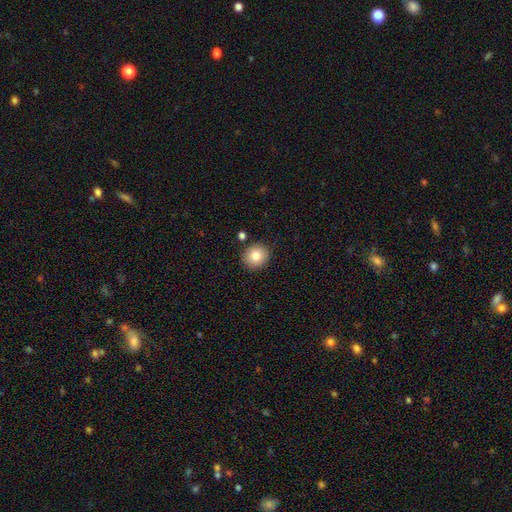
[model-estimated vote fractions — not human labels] smooth 82%, star or artifact 9%, featured or disk 8%. Down the decision tree: how rounded — round (85%); merging — none (87%).